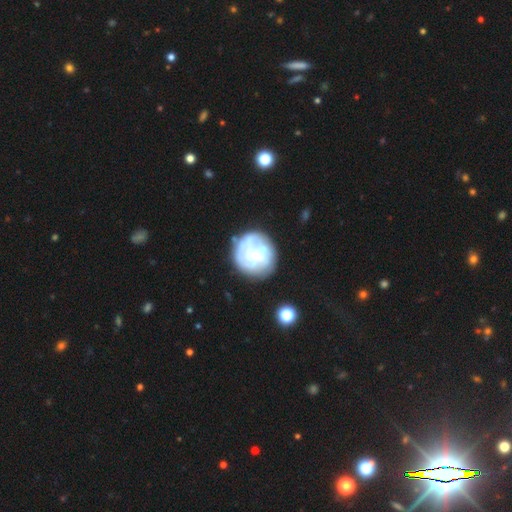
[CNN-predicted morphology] This is likely a featured or disk galaxy (61%). It is clearly not viewed edge-on (98%). Bar: possibly no (53%). Spiral arm pattern: likely yes (63%). Central bulge: marginally moderate (40%). Merging: likely none (67%).